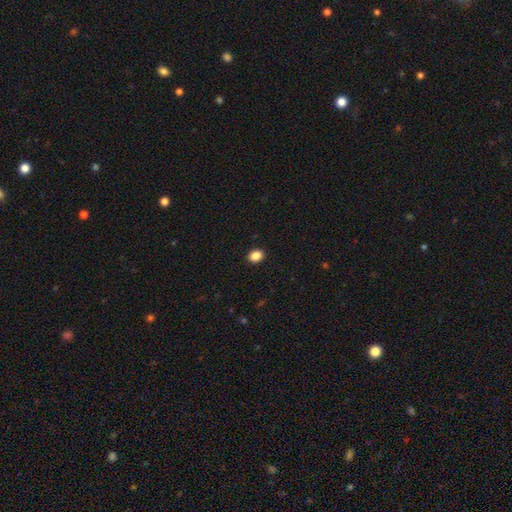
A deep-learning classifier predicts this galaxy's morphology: Smooth or featured? Predicted: smooth (p=0.87). How rounded? Predicted: in between (p=0.58). Merging? Predicted: none (p=0.92).